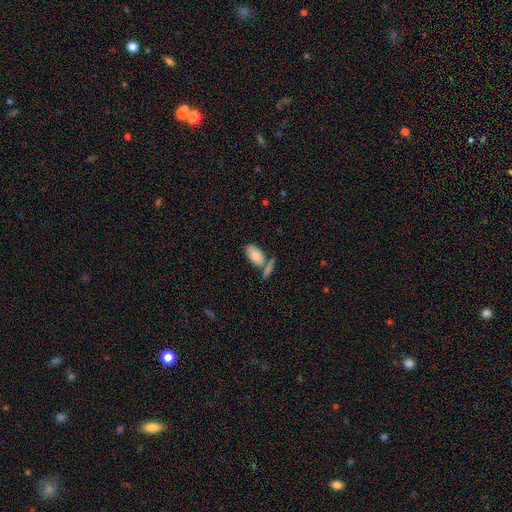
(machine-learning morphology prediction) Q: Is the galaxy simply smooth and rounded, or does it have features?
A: smooth — 82%.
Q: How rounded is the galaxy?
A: in between — 91%.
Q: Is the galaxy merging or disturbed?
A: none — 52%.